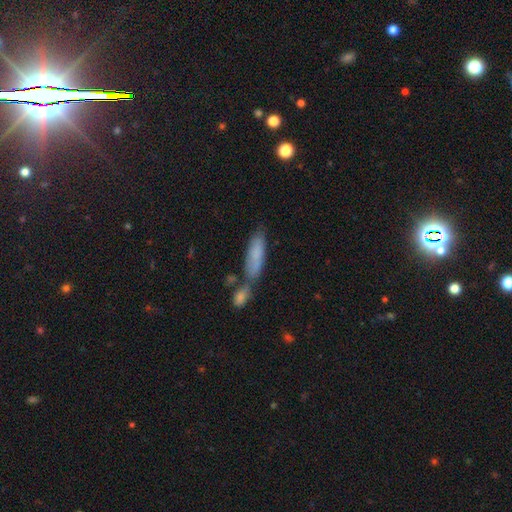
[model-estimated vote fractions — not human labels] Morphology: type=smooth (75%); roundness=cigar-shaped (58%); merging=none (49%).